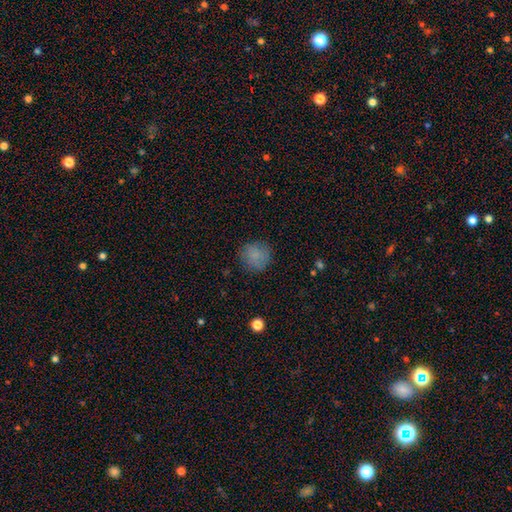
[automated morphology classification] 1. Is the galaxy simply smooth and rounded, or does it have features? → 82% smooth, 10% star or artifact, 8% featured or disk.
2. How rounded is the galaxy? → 89% round, 10% in between, 1% cigar-shaped.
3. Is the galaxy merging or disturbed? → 81% none, 13% minor disturbance, 4% major disturbance, 1% merger.